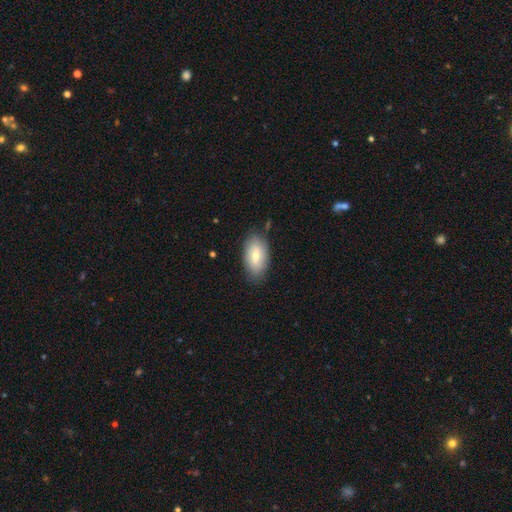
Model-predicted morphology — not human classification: A smooth galaxy with no disk features (69%) that is in between round and cigar-shaped (93%). Merging: none (79%).